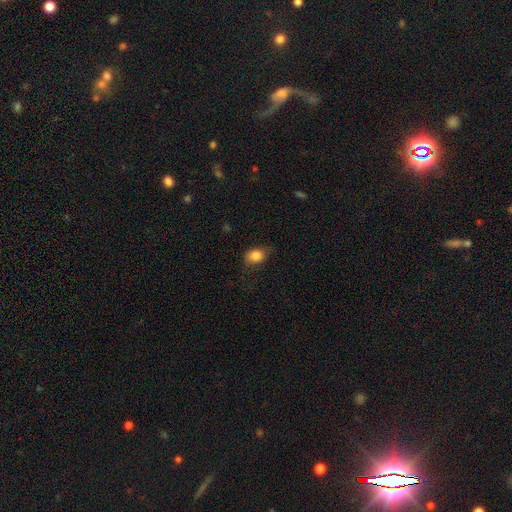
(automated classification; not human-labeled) Smooth or featured? smooth (84%)
How rounded? in between (60%)
Merging? none (66%)